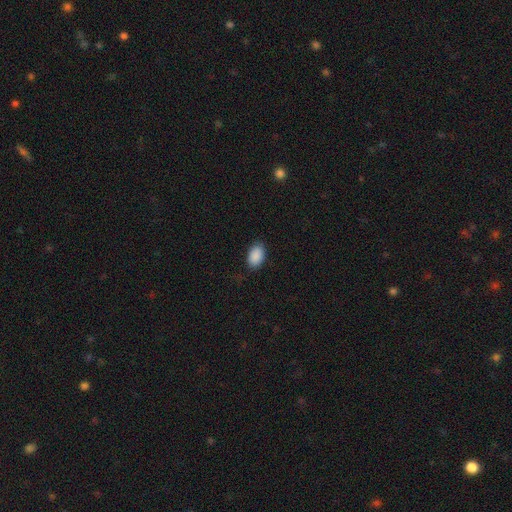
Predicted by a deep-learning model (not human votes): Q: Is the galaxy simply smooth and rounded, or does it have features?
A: smooth — 90%.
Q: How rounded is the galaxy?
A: in between — 92%.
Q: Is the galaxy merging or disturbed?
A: none — 85%.